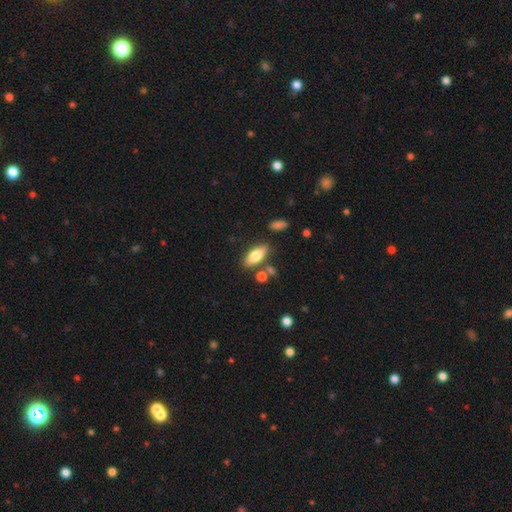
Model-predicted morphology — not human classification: Smooth or featured? Predicted: smooth (p=0.72). How rounded? Predicted: in between (p=0.76). Merging? Predicted: none (p=0.75).